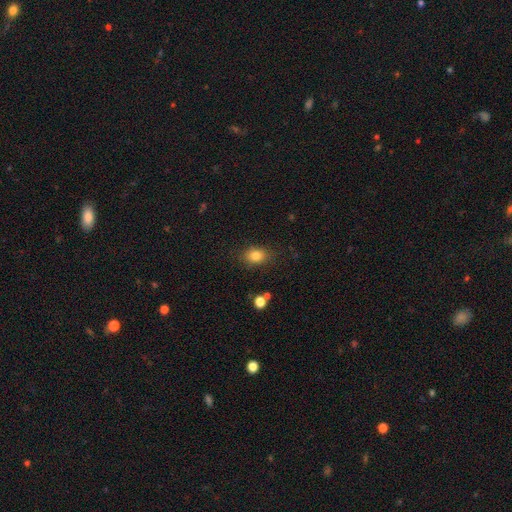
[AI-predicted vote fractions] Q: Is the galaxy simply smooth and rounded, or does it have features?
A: smooth — 81%.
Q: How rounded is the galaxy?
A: in between — 66%.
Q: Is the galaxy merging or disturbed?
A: none — 81%.